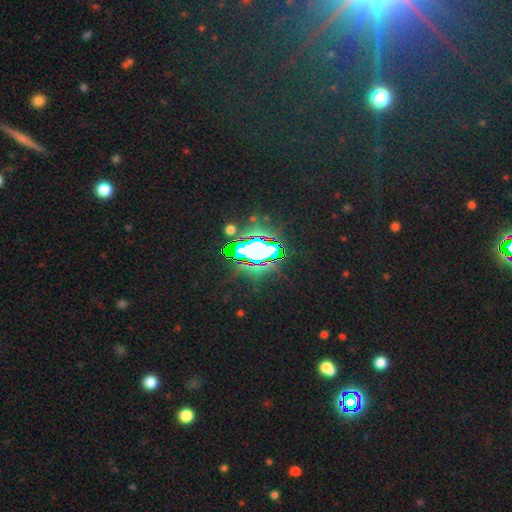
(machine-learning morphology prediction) A star or artifact, not a galaxy (82%).